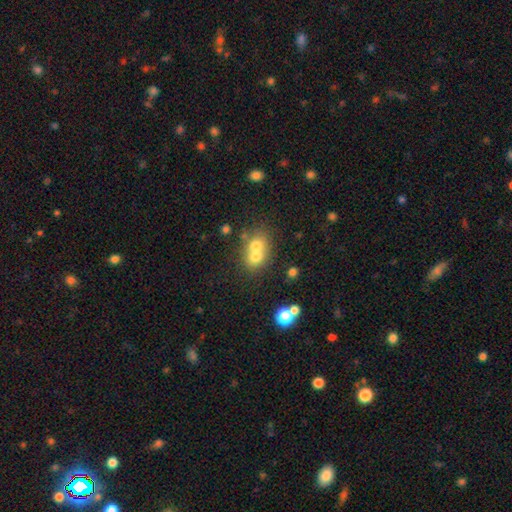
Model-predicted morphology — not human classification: A smooth galaxy with no disk features (67%) that is round (65%). Merging: merger (63%).